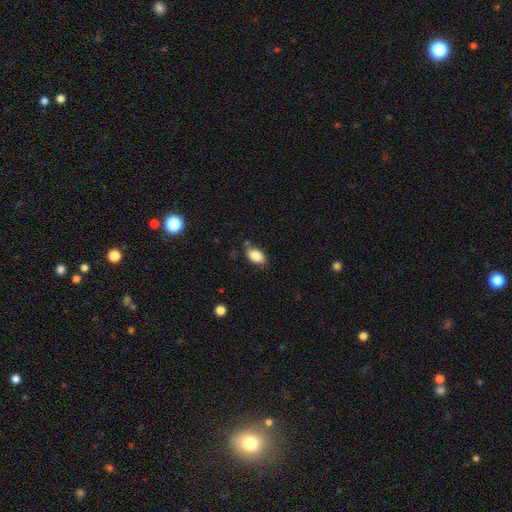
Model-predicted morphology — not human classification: Smooth or featured: smooth — 85% (star or artifact — 8%)
How rounded: in between — 90% (round — 8%)
Merging: none — 77% (minor disturbance — 16%)